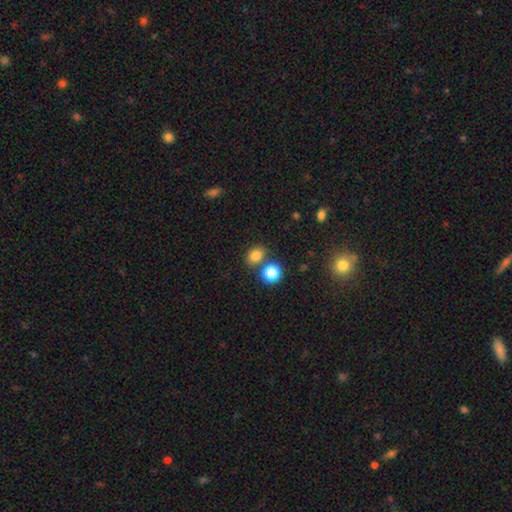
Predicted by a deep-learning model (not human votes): smooth-or-featured: smooth: 80% | star or artifact: 14% | featured or disk: 6%
  how-rounded: round: 55% | in between: 44% | cigar-shaped: 1%
  merging: none: 67% | merger: 19% | minor disturbance: 10% | major disturbance: 4%